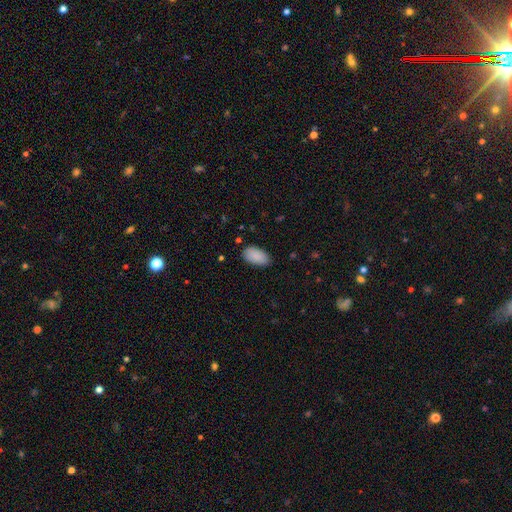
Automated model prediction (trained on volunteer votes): This appears to be a smooth galaxy with no disk features (89%) that is in between round and cigar-shaped (95%). Merging: none (83%).